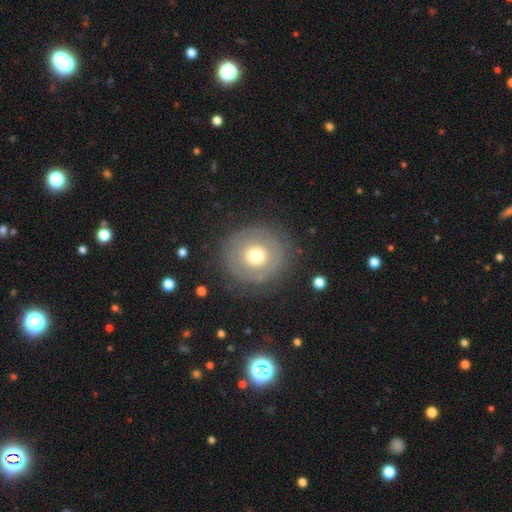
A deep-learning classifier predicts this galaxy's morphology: This is possibly a smooth galaxy (54%). How rounded: clearly round (92%). Merging: clearly none (83%).